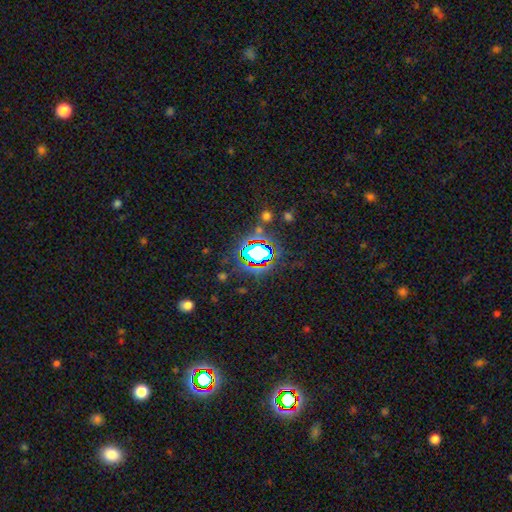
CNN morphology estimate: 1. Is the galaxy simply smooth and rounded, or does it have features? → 67% star or artifact, 20% smooth, 13% featured or disk.